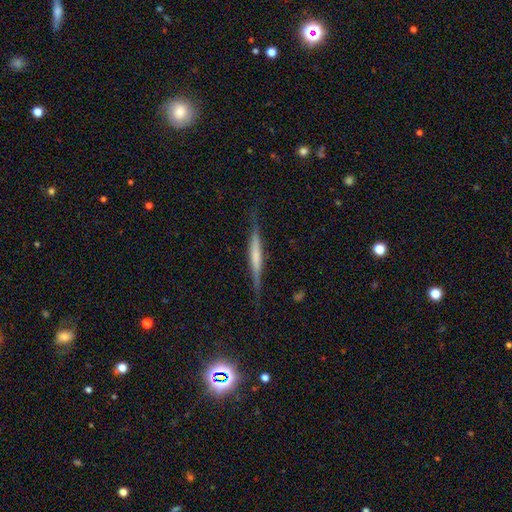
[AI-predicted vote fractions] Smooth or featured? Predicted: featured or disk (p=0.61). Edge-on disk? Predicted: yes (p=0.96). Edge-on bulge? Predicted: none (p=0.48). Merging? Predicted: none (p=0.83).